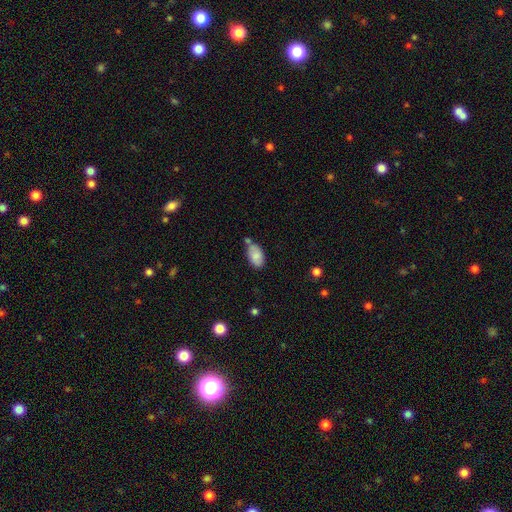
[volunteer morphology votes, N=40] smooth 85%, featured or disk 8%, star or artifact 8%. Down the decision tree: how rounded — in between (100%); merging — merger (41%).